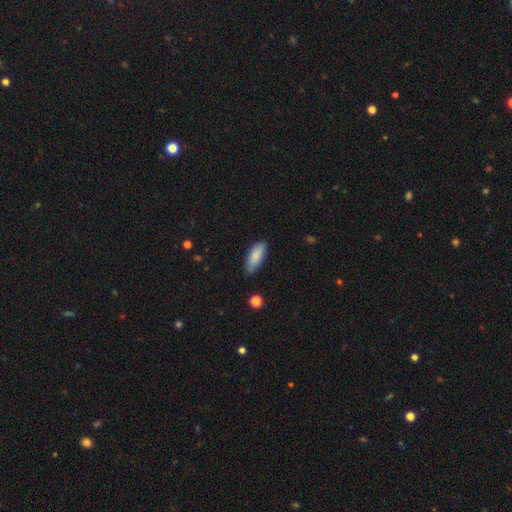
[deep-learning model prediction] A smooth galaxy with no disk features (85%) that is in between round and cigar-shaped (75%). Merging: none (79%).